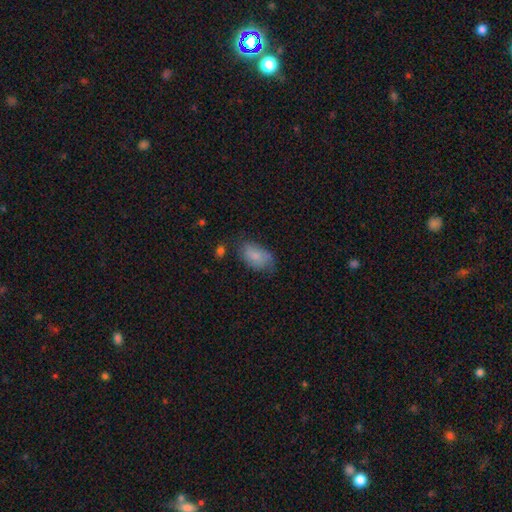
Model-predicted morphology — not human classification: Smooth or featured? smooth (78%)
How rounded? in between (92%)
Merging? none (58%)